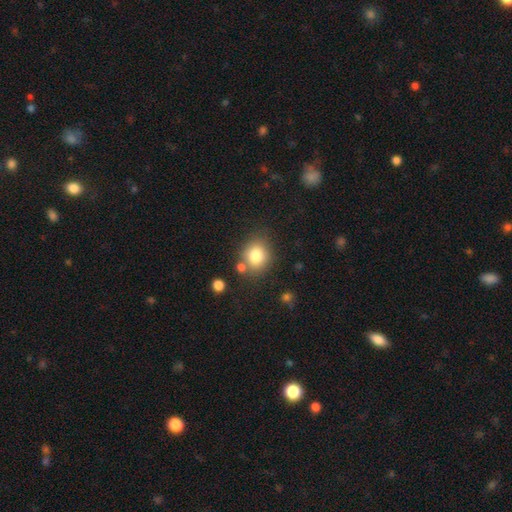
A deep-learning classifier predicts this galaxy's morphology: Overall: smooth (80%). How rounded: round (67%; in between 32%). Merging: none (71%).